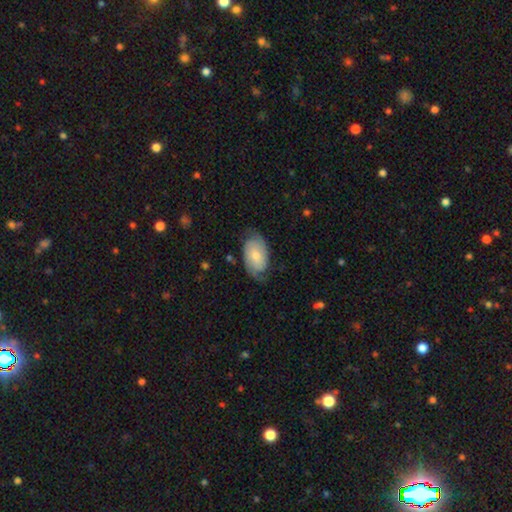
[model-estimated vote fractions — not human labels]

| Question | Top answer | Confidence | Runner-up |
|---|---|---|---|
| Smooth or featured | featured or disk | 67% | smooth (27%) |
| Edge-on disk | no | 96% | yes (4%) |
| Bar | no | 65% | weak (28%) |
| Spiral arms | yes | 92% | no (8%) |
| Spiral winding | tight | 41% | medium (39%) |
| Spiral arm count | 2 | 83% | can't tell (10%) |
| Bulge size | small | 46% | moderate (43%) |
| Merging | none | 68% | minor disturbance (20%) |